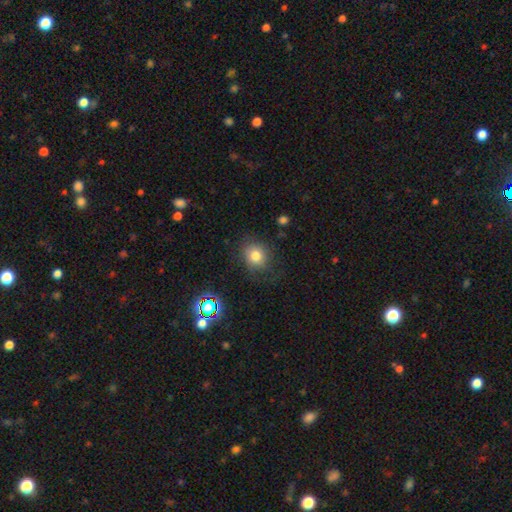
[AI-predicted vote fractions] Q: Smooth or featured?
A: smooth (77%); runner-up: star or artifact (13%)
Q: How rounded?
A: round (76%); runner-up: in between (23%)
Q: Merging?
A: none (74%); runner-up: minor disturbance (16%)